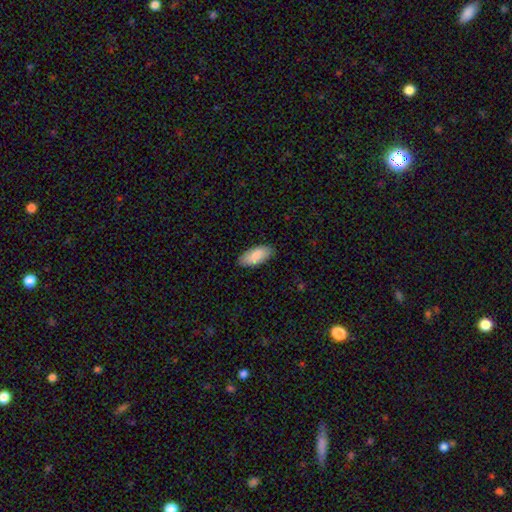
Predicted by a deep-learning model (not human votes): Smooth or featured?
  - smooth: 86% *
  - featured or disk: 9%
  - star or artifact: 6%
How rounded?
  - in between: 90% *
  - cigar-shaped: 8%
  - round: 2%
Merging?
  - none: 85% *
  - minor disturbance: 11%
  - major disturbance: 2%
  - merger: 1%